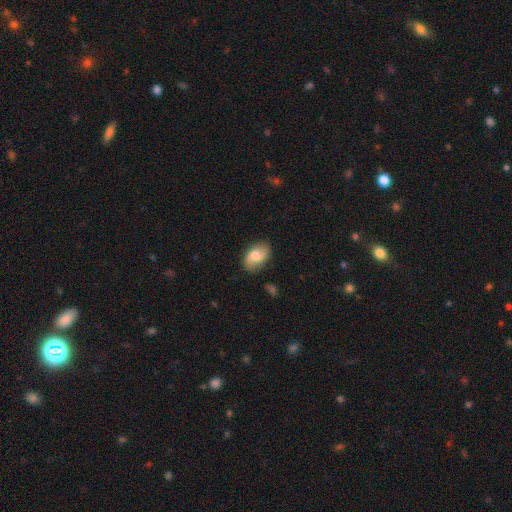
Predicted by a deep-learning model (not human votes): Q: Smooth or featured?
A: smooth (68%); runner-up: featured or disk (24%)
Q: How rounded?
A: in between (89%); runner-up: round (10%)
Q: Merging?
A: none (74%); runner-up: minor disturbance (20%)